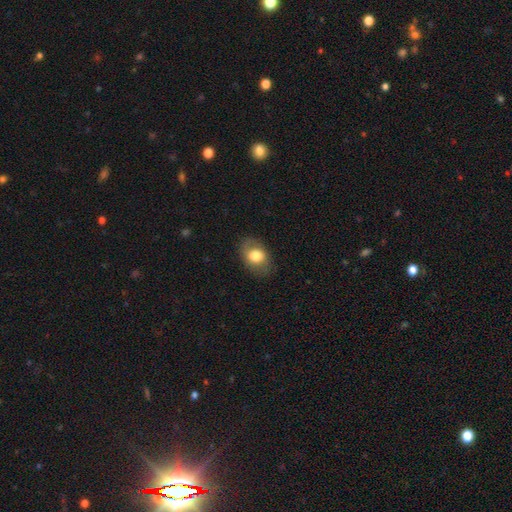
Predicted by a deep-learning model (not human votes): Morphology: type=smooth (71%); roundness=in between (74%); merging=none (78%).